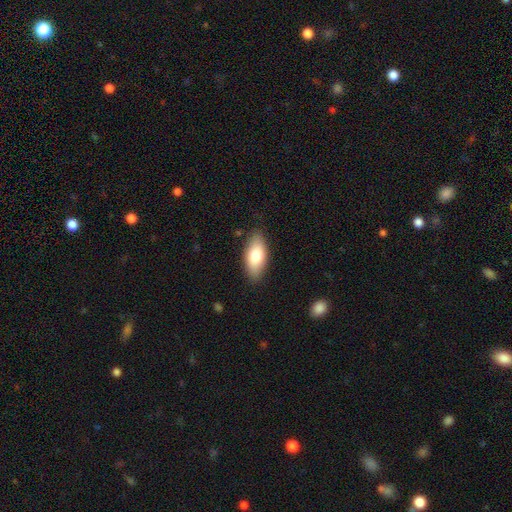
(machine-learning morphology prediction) smooth_or_featured: smooth (p=0.78) [alt: featured or disk p=0.16]
how_rounded: in between (p=0.86) [alt: cigar-shaped p=0.12]
merging: none (p=0.85) [alt: minor disturbance p=0.12]